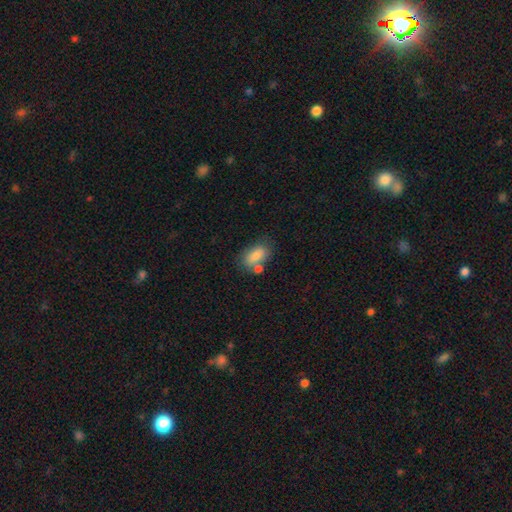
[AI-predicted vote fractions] Smooth or featured? smooth (82%)
How rounded? in between (88%)
Merging? none (53%)